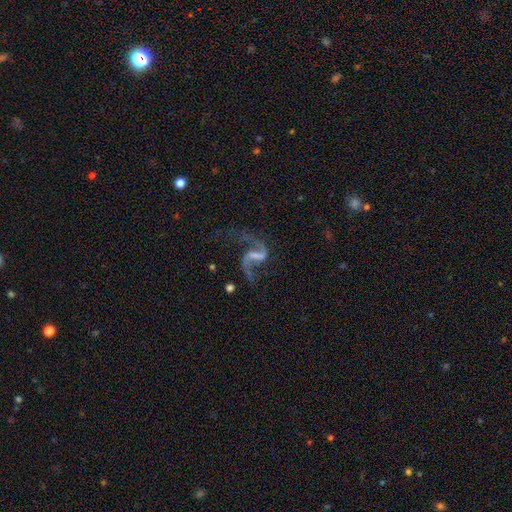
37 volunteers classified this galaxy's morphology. This appears to be a featured or disk galaxy (86%) with a strong bar (45%), 2 (93%) loose (76%) spiral arms (94%) and no central bulge (55%). Merging: none (67%).